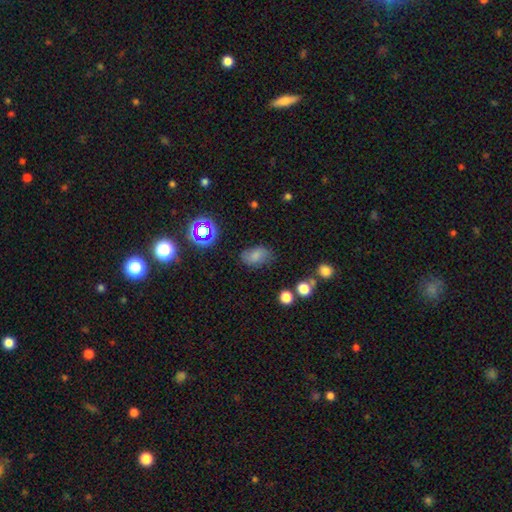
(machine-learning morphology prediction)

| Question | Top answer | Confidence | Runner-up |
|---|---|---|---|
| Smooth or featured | smooth | 66% | featured or disk (19%) |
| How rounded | in between | 85% | round (13%) |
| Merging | none | 67% | minor disturbance (23%) |